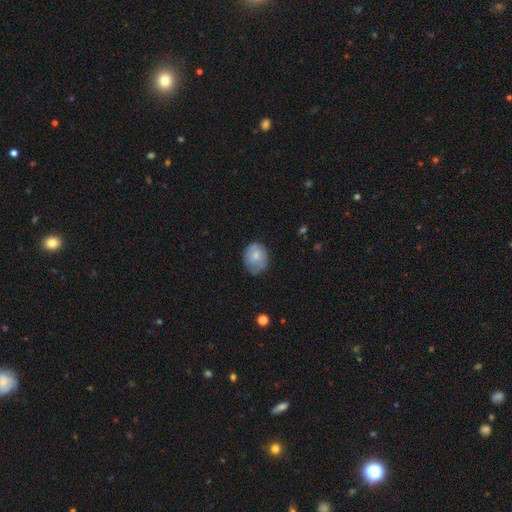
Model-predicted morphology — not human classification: Smooth or featured? Predicted: smooth (p=0.65). How rounded? Predicted: round (p=0.55). Merging? Predicted: none (p=0.61).